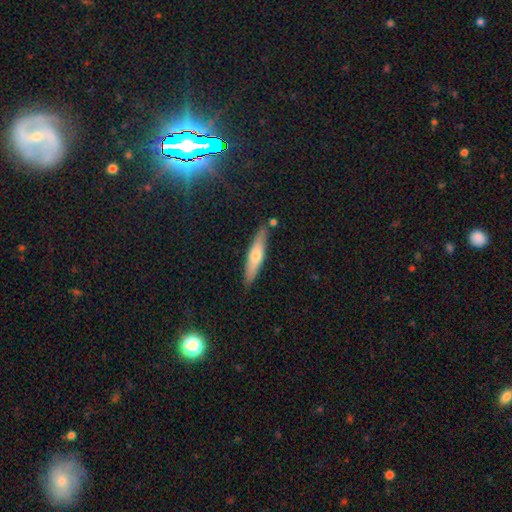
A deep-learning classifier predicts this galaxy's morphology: smooth-or-featured: smooth: 56% | featured or disk: 38% | star or artifact: 6%
  how-rounded: cigar-shaped: 83% | in between: 15% | round: 2%
  merging: none: 84% | minor disturbance: 10% | merger: 3% | major disturbance: 2%